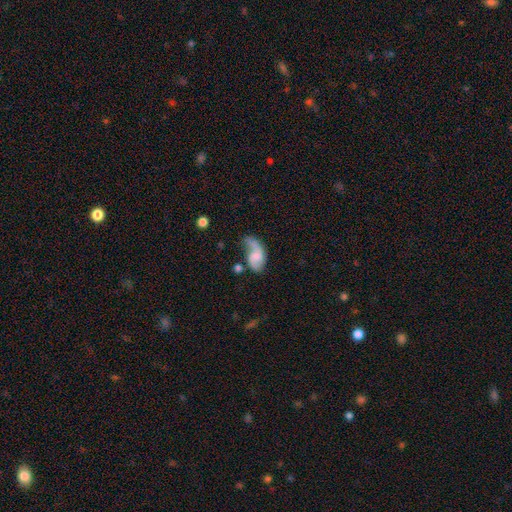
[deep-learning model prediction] This is likely a featured or disk galaxy (61%). It is clearly not viewed edge-on (97%). Bar: possibly no (58%). Spiral arm pattern: clearly yes (87%). Spiral arm count: likely 2 (69%). Spiral winding: likely loose (63%). Central bulge: marginally none (36%). Merging: marginally none (33%).